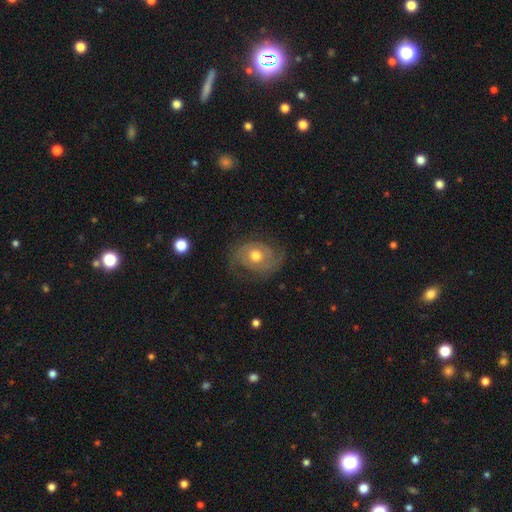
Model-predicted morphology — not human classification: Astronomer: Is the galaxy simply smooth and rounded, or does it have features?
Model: featured or disk — 76%.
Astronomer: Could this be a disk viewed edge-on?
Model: no — 97%.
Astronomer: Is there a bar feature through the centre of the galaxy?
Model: no — 76%.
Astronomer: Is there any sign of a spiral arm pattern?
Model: yes — 90%.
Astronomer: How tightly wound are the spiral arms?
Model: tight — 41% (runner-up: medium, 40%).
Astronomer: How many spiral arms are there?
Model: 2 — 68%.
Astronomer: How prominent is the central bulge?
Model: moderate — 77%.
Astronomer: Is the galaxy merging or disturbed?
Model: none — 67%.